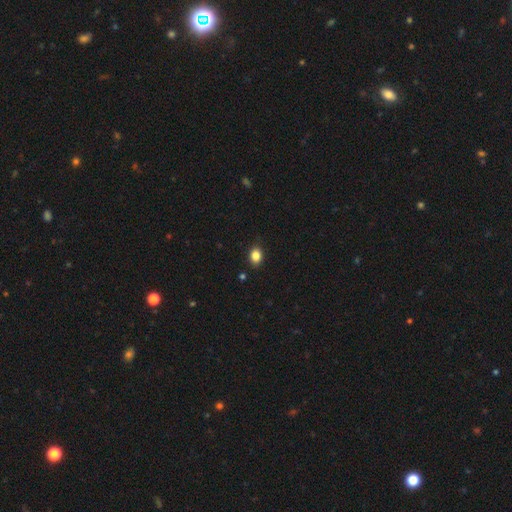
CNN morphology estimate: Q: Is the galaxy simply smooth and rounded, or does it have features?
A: smooth — 85%.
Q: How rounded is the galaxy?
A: in between — 57%.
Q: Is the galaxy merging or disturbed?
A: none — 88%.